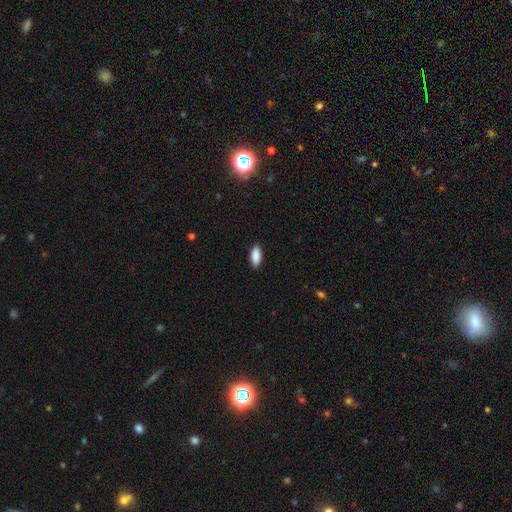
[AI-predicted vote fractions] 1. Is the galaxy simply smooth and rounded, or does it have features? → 90% smooth, 6% star or artifact, 3% featured or disk.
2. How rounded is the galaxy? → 86% in between, 12% cigar-shaped, 2% round.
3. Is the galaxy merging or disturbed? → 89% none, 8% minor disturbance, 2% major disturbance, 1% merger.